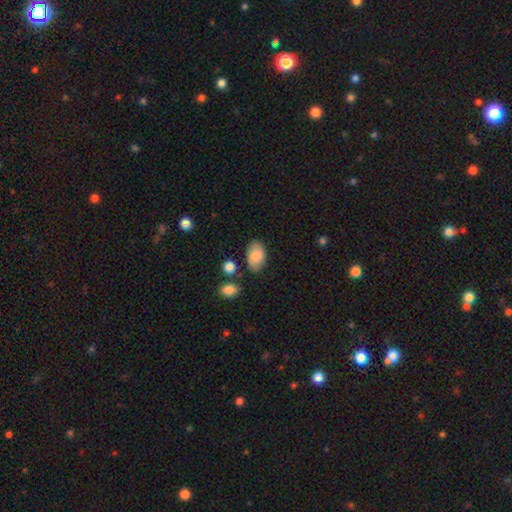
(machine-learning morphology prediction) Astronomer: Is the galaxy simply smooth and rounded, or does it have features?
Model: smooth — 81%.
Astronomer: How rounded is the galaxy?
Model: in between — 92%.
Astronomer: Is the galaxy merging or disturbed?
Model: none — 75%.